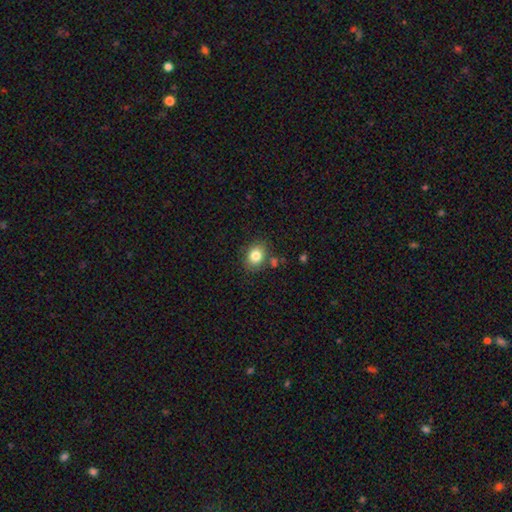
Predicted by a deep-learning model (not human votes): The model was most divided on "how rounded": round: 56%, in between: 44%, cigar-shaped: 1%. More confident: smooth or featured — smooth (82%); merging — none (79%).